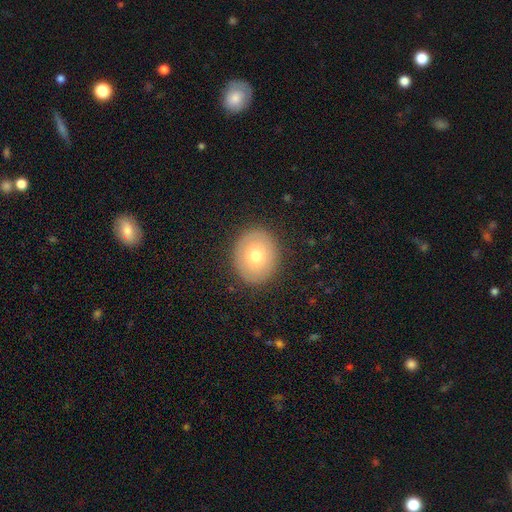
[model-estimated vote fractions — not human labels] The model was most divided on "how rounded": round: 68%, in between: 32%, cigar-shaped: 1%. More confident: merging — none (88%); smooth or featured — smooth (70%).